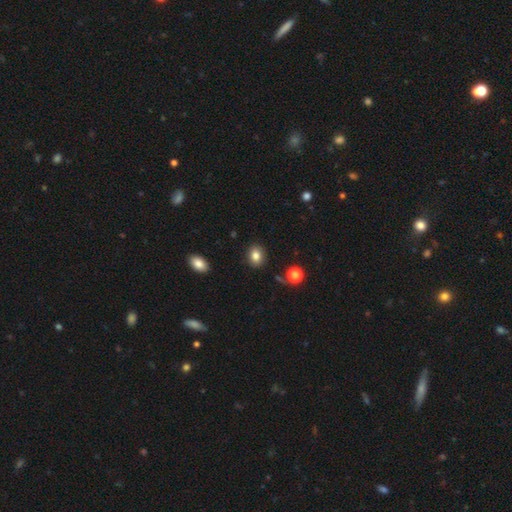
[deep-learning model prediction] A smooth galaxy with no disk features (83%) that is in between round and cigar-shaped (50%). Merging: none (87%).